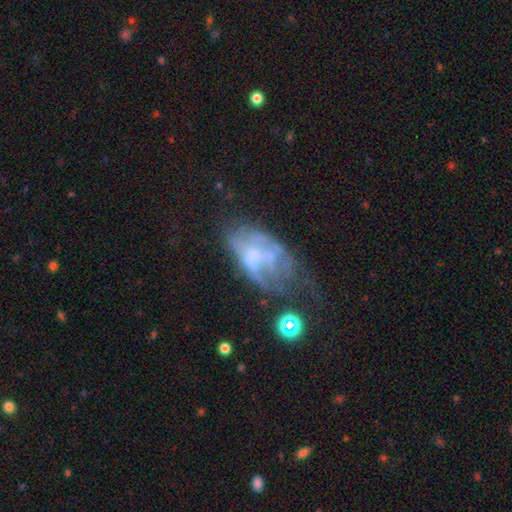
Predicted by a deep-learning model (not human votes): The model was most divided on "merging": major disturbance: 40%, none: 26%, minor disturbance: 25%, merger: 10%. Remaining: edge-on disk — no (96%); bar — no (77%); spiral arms — no (64%); smooth or featured — featured or disk (63%); bulge size — none (48%).